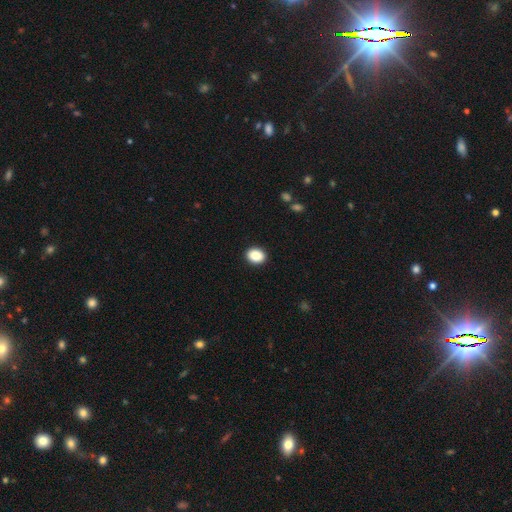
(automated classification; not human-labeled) Smooth or featured? Predicted: smooth (p=0.87). How rounded? Predicted: in between (p=0.51). Merging? Predicted: none (p=0.92).